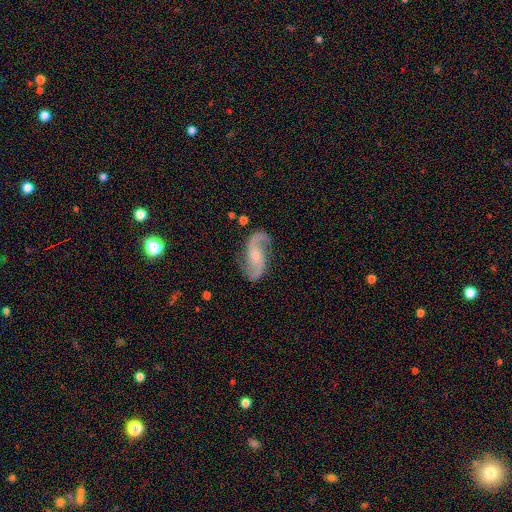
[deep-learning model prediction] A featured or disk galaxy (89%) with no bar (55%), 2 (93%) loose (51%) spiral arms (97%) and a small central bulge (53%).

Vote fractions:
- Smooth or featured? featured or disk: 89% / smooth: 6% / star or artifact: 5%
- Edge-on disk? no: 97% / yes: 3%
- Bar? no: 55% / weak: 35% / strong: 10%
- Spiral arms? yes: 97% / no: 3%
- Spiral winding? loose: 51% / medium: 39% / tight: 10%
- Spiral arm count? 2: 93% / can't tell: 2% / 1: 2% / 3: 1% / 4: 1% / more than 4: 1%
- Bulge size? small: 53% / moderate: 36% / none: 7% / large: 3% / dominant: 1%
- Merging? none: 77% / minor disturbance: 14% / major disturbance: 6% / merger: 2%